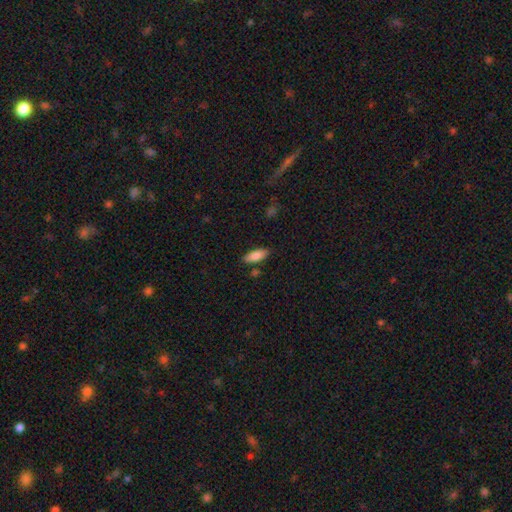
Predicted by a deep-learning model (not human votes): Smooth or featured? smooth (82%)
How rounded? in between (75%)
Merging? none (83%)